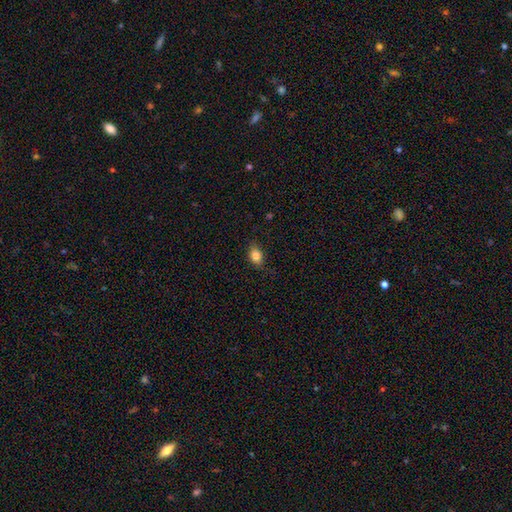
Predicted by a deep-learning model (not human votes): A smooth galaxy with no disk features (85%) that is in between round and cigar-shaped (78%). Merging: none (80%).